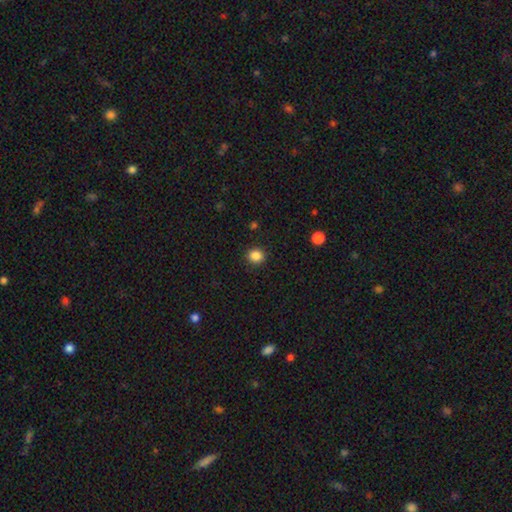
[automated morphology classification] The model was most divided on "how rounded": round: 85%, in between: 14%, cigar-shaped: 1%. More confident: merging — none (90%); smooth or featured — smooth (86%).